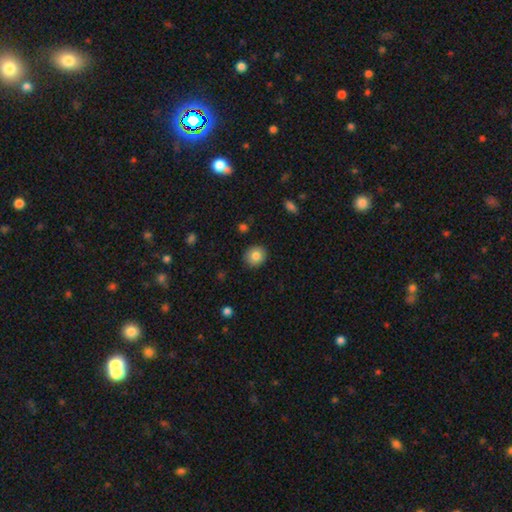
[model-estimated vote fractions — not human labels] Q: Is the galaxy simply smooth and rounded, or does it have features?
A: smooth — 84%.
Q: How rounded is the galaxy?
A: round — 82%.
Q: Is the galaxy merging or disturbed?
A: none — 90%.